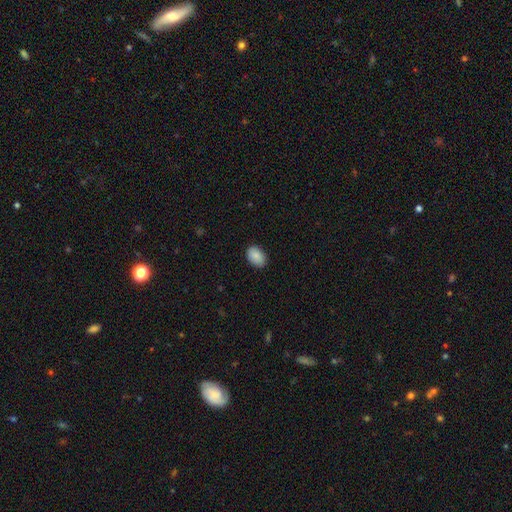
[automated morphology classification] Smooth or featured? Predicted: smooth (p=0.89). How rounded? Predicted: in between (p=0.85). Merging? Predicted: none (p=0.87).